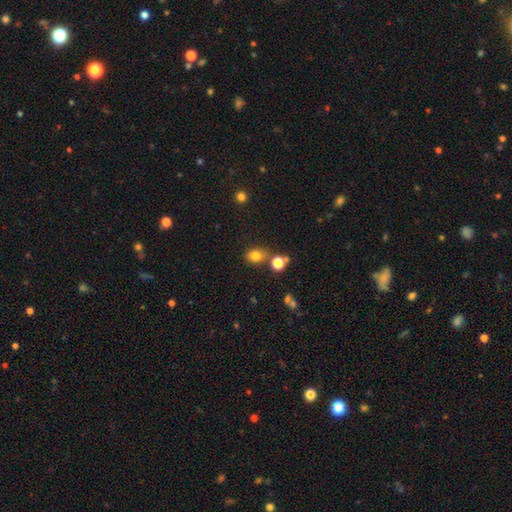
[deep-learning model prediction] Smooth or featured? smooth (78%)
How rounded? in between (55%)
Merging? none (70%)